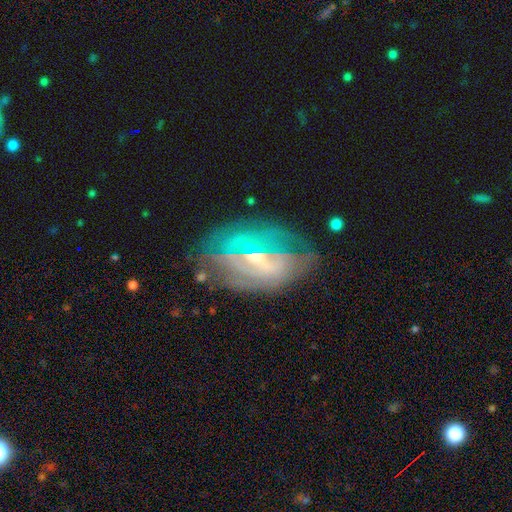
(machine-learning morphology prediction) Smooth or featured: featured or disk — 71% (smooth — 16%)
Edge-on disk: no — 84% (yes — 16%)
Bar: no — 40% (weak — 36%)
Spiral arms: yes — 56% (no — 44%)
Bulge size: small — 57% (moderate — 36%)
Merging: none — 63% (minor disturbance — 22%)